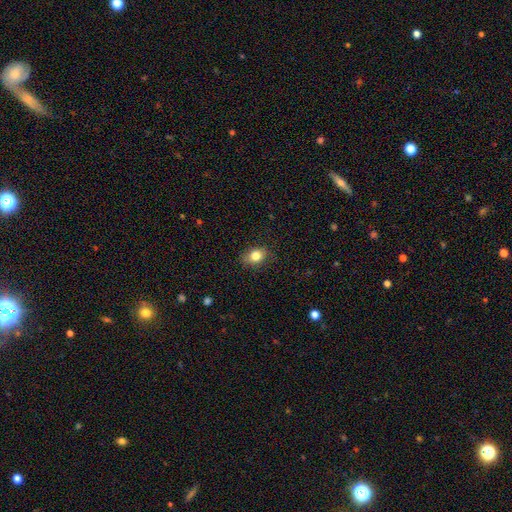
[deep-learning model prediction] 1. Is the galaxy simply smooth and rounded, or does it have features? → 82% smooth, 10% star or artifact, 9% featured or disk.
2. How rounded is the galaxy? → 62% in between, 36% round, 1% cigar-shaped.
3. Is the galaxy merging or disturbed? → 81% none, 15% minor disturbance, 3% major disturbance, 1% merger.